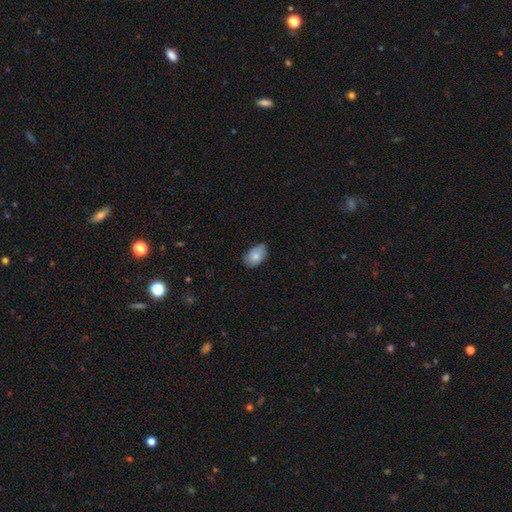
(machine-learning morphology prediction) A smooth galaxy with no disk features (78%) that is in between round and cigar-shaped (89%). Merging: none (77%).